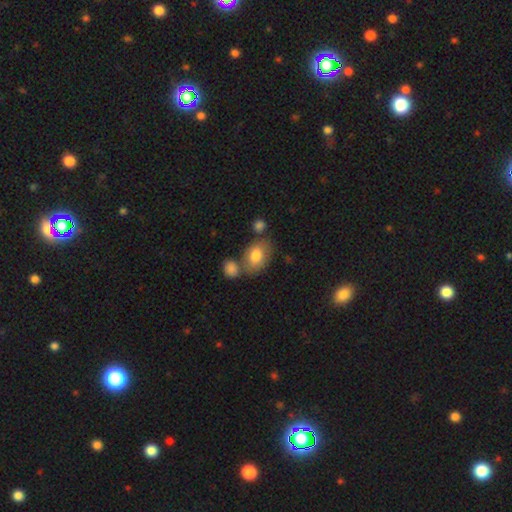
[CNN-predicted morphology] Smooth or featured? Predicted: smooth (p=0.80). How rounded? Predicted: in between (p=0.80). Merging? Predicted: none (p=0.59).